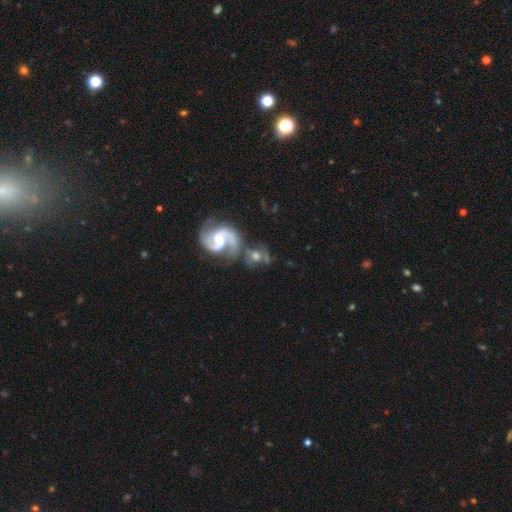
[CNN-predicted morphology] featured or disk 74%, smooth 19%, star or artifact 8%. Down the decision tree: edge-on disk — no (96%); bar — weak (48%); spiral arms — yes (93%); spiral arm count — 2 (87%); spiral winding — medium (50%); bulge size — moderate (49%); merging — none (43%).